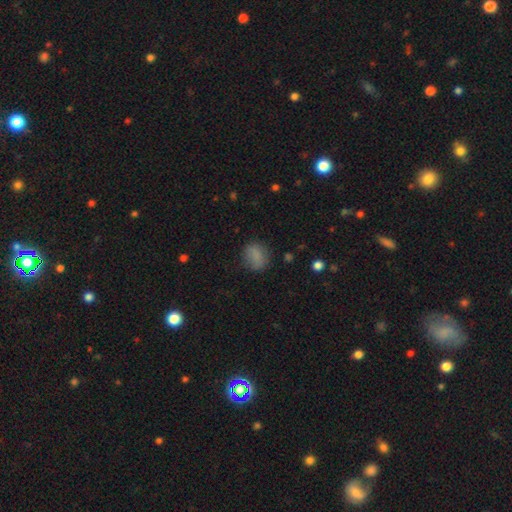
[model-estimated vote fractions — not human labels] Morphology: type=smooth (82%); roundness=round (54%); merging=none (76%).